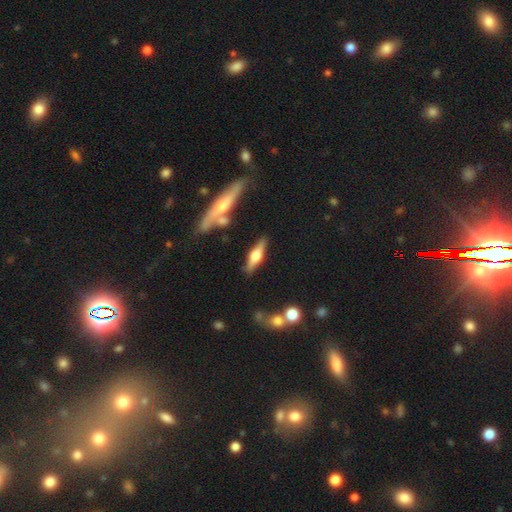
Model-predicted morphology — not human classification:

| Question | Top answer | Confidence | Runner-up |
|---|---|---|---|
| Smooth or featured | featured or disk | 62% | smooth (32%) |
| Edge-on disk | yes | 95% | no (5%) |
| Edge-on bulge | rounded | 92% | boxy (6%) |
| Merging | none | 82% | minor disturbance (10%) |